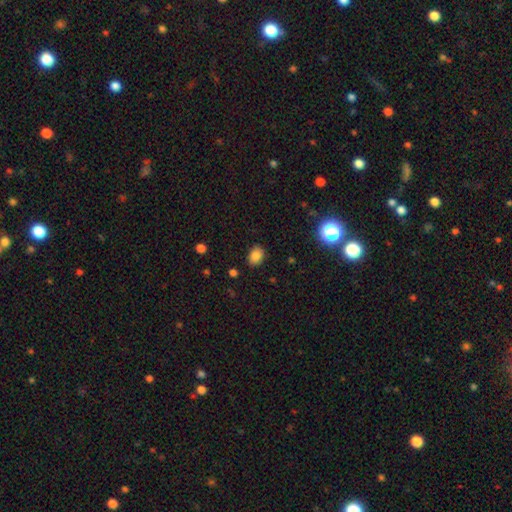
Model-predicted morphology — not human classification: A smooth galaxy with no disk features (83%) that is in between round and cigar-shaped (69%). Merging: none (85%).